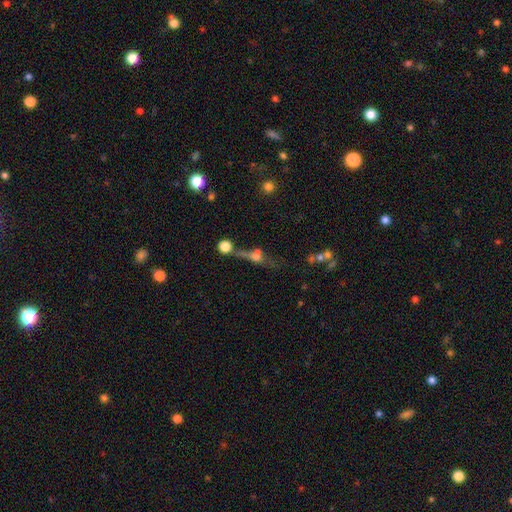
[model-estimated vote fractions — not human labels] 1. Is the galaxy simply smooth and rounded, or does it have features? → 41% featured or disk, 39% smooth, 20% star or artifact.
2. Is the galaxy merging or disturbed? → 36% none, 25% merger, 23% major disturbance, 15% minor disturbance.